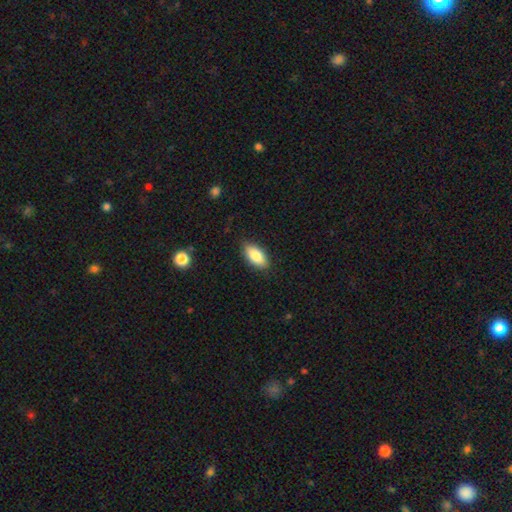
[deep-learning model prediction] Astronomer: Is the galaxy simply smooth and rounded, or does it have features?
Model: smooth — 84%.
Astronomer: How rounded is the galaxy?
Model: in between — 88%.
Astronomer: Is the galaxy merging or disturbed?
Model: none — 86%.